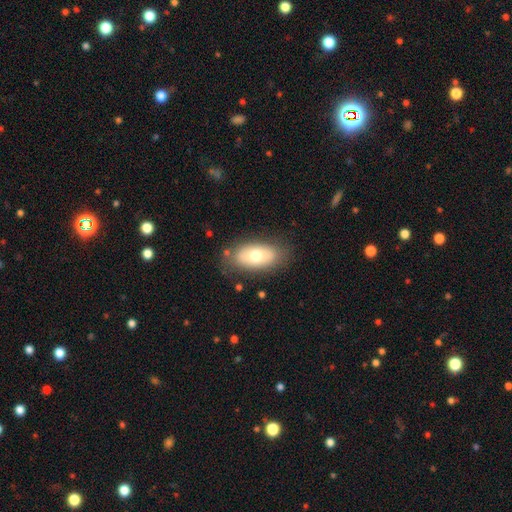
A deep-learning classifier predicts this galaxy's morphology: Smooth or featured: smooth — 66% (featured or disk — 27%)
How rounded: in between — 92% (round — 5%)
Merging: none — 79% (minor disturbance — 14%)